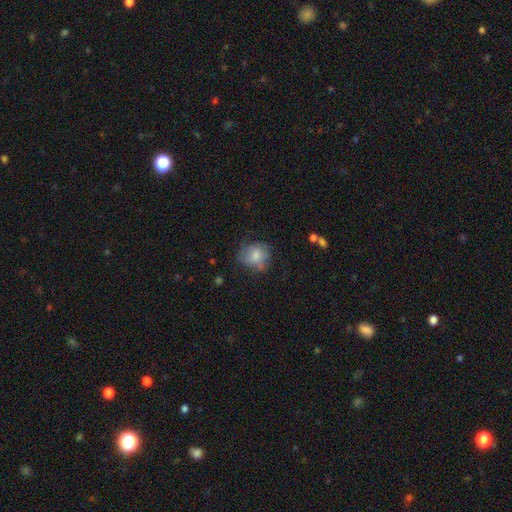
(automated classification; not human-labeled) Overall: smooth (67%). How rounded: round (63%; in between 36%). Merging: none (53%; minor disturbance 28%).